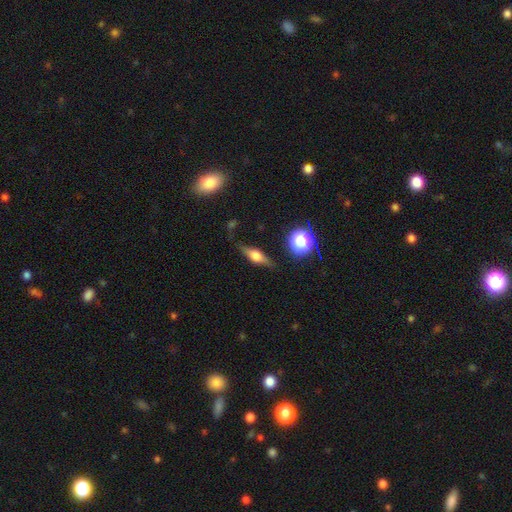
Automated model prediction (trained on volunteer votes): smooth-or-featured: featured or disk: 54% | smooth: 36% | star or artifact: 10%
  disk-edge-on: yes: 92% | no: 8%
  merging: none: 78% | minor disturbance: 15% | major disturbance: 4% | merger: 2%